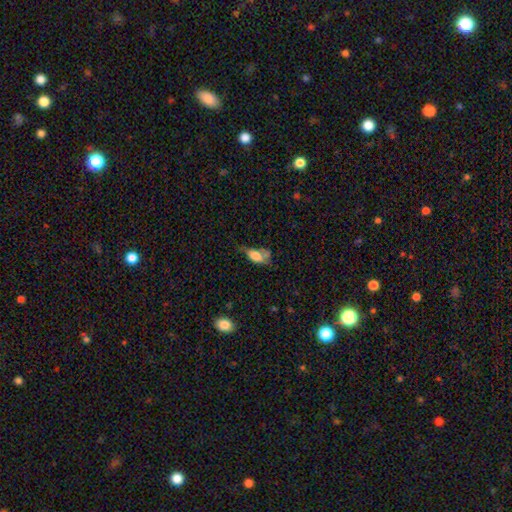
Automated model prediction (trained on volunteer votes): Smooth or featured: smooth — 69% (featured or disk — 22%)
How rounded: in between — 83% (cigar-shaped — 12%)
Merging: minor disturbance — 30% (none — 28%)